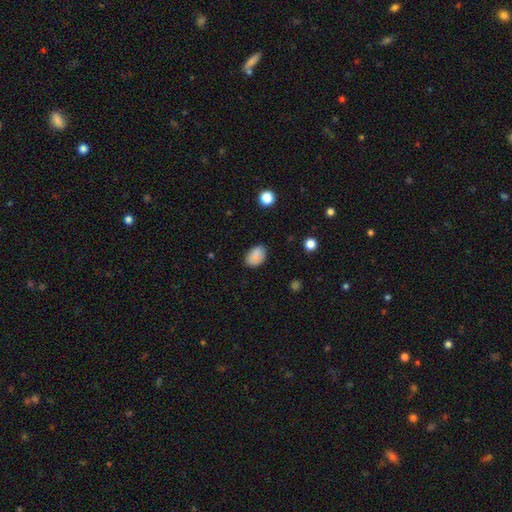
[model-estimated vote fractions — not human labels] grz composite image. It shows a smooth galaxy with no disk features (87%) that is in between round and cigar-shaped (85%). Merging: none (81%).